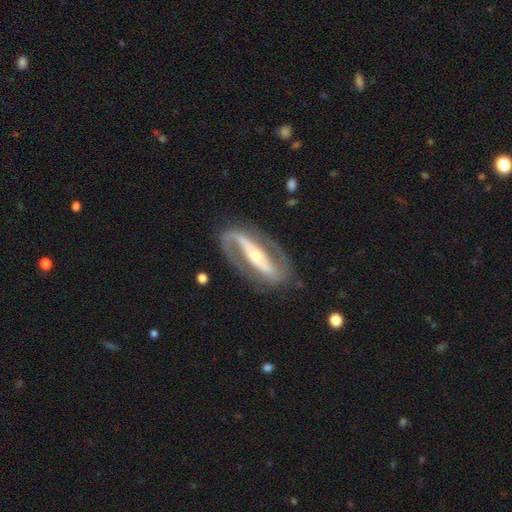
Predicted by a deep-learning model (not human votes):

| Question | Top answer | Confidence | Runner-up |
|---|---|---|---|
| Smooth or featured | featured or disk | 88% | smooth (8%) |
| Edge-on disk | no | 89% | yes (11%) |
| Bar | strong | 72% | weak (14%) |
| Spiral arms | yes | 91% | no (9%) |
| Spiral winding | medium | 45% | tight (30%) |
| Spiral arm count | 2 | 89% | 1 (5%) |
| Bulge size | small | 51% | moderate (41%) |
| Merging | none | 81% | minor disturbance (11%) |